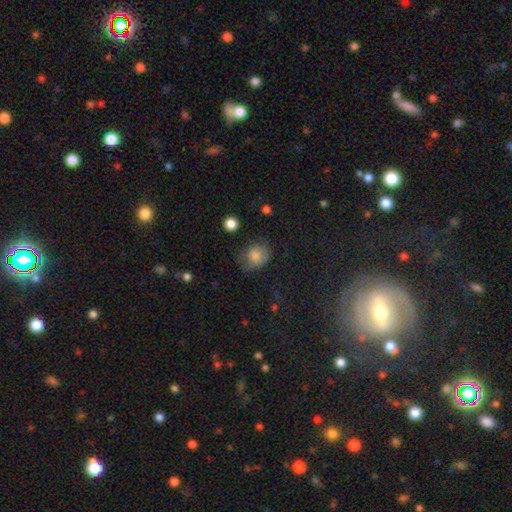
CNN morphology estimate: Smooth or featured: smooth — 79% (featured or disk — 12%)
How rounded: round — 62% (in between — 37%)
Merging: none — 52% (minor disturbance — 31%)